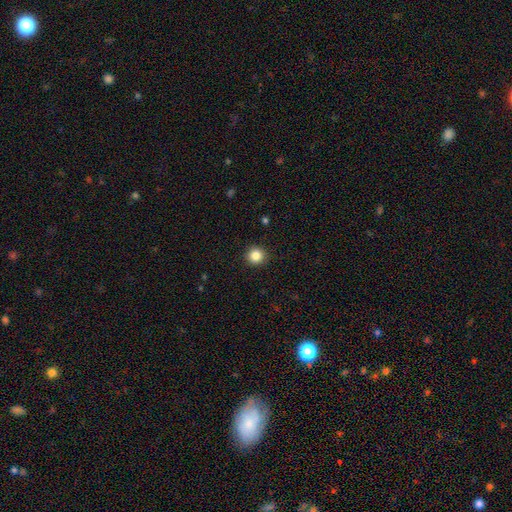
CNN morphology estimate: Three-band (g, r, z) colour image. It shows a smooth galaxy with no disk features (85%) that is round (94%). Merging: none (92%).